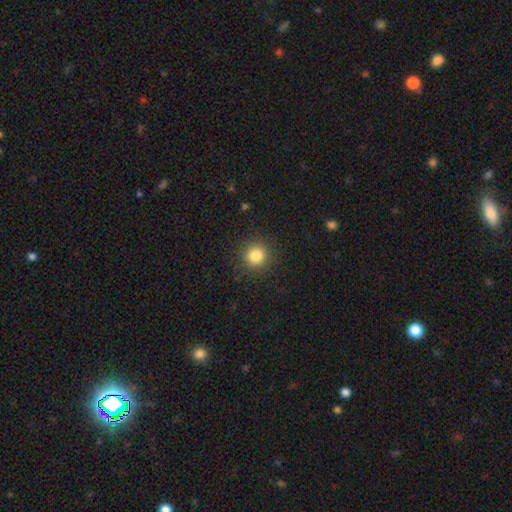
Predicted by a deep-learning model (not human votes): A smooth galaxy with no disk features (83%) that is round (93%). Merging: none (91%).